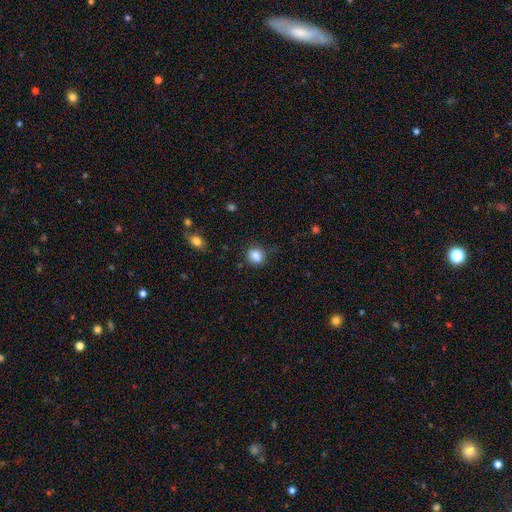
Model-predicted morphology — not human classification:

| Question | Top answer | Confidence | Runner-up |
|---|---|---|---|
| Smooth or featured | smooth | 86% | star or artifact (10%) |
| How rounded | in between | 51% | round (47%) |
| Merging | none | 77% | minor disturbance (17%) |